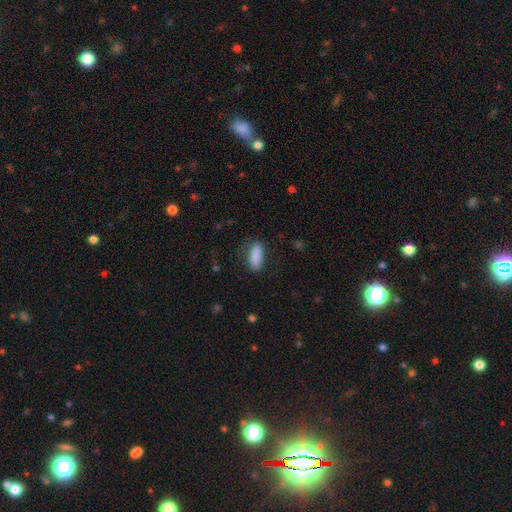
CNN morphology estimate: type=smooth (88%); roundness=in between (69%); merging=none (79%).